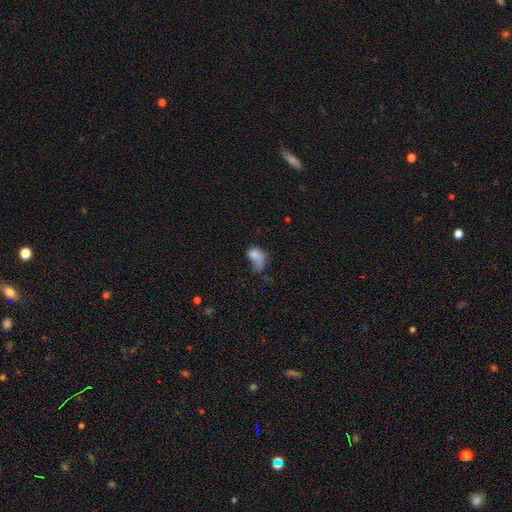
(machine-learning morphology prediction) Q: Smooth or featured?
A: smooth (70%); runner-up: featured or disk (19%)
Q: How rounded?
A: in between (71%); runner-up: round (27%)
Q: Merging?
A: major disturbance (43%); runner-up: none (20%)